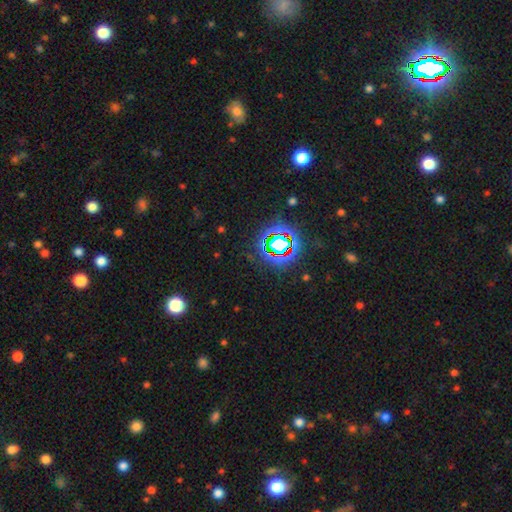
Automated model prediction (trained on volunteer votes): star or artifact 79%, smooth 13%, featured or disk 8%.